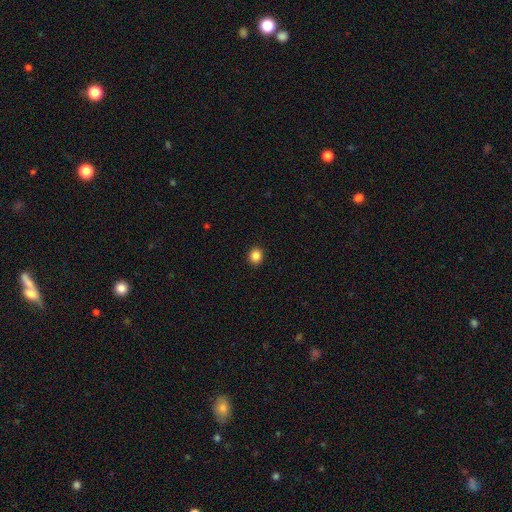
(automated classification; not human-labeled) Overall: smooth (86%). How rounded: round (87%). Merging: none (93%).